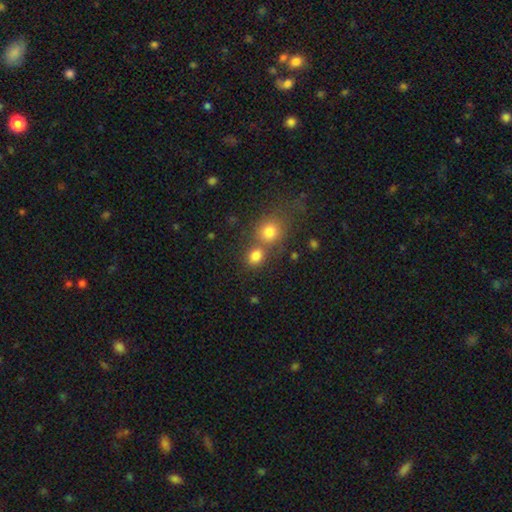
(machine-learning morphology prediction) This is clearly a smooth galaxy (80%). How rounded: likely round (61%). Merging: possibly none (50%).